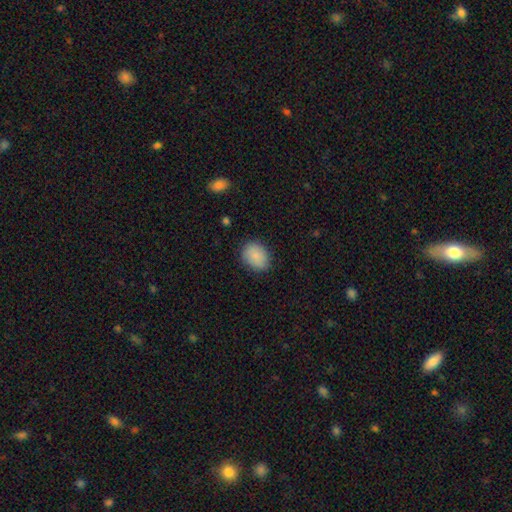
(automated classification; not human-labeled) This appears to be a smooth galaxy with no disk features (87%) that is in between round and cigar-shaped (62%). Merging: none (82%).